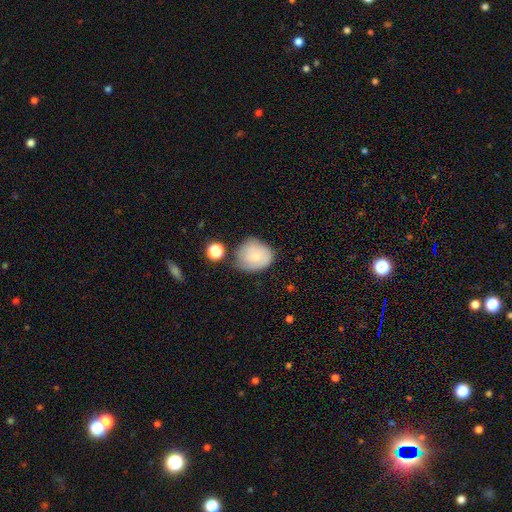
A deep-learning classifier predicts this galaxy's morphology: Smooth or featured? smooth (76%)
How rounded? round (69%)
Merging? none (53%)